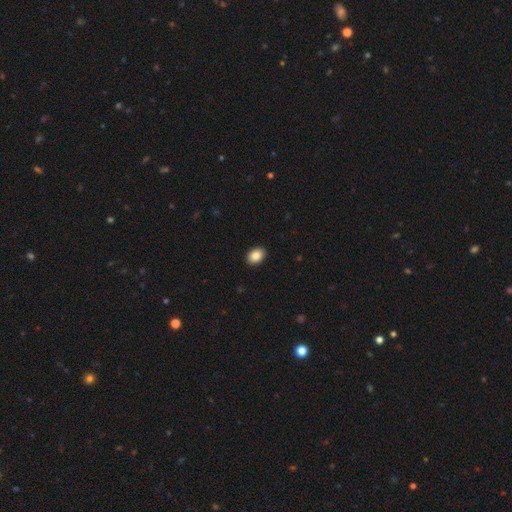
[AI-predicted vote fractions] A smooth galaxy with no disk features (86%) that is in between round and cigar-shaped (76%).

Vote fractions:
- Smooth or featured? smooth: 86% / star or artifact: 8% / featured or disk: 6%
- How rounded? in between: 76% / round: 23% / cigar-shaped: 1%
- Merging? none: 91% / minor disturbance: 6% / major disturbance: 2% / merger: 1%